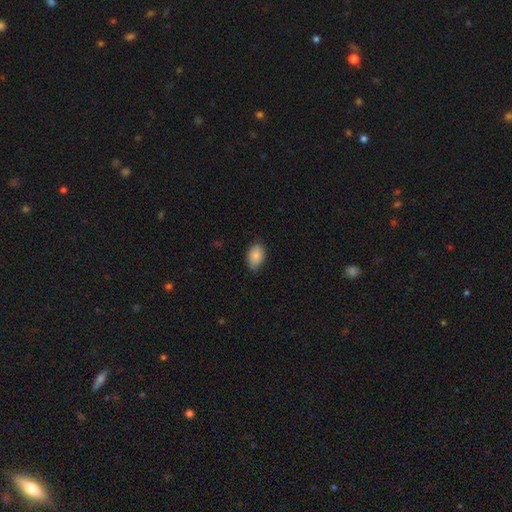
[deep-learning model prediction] A smooth galaxy with no disk features (86%) that is in between round and cigar-shaped (89%).

Vote fractions:
- Smooth or featured? smooth: 86% / featured or disk: 7% / star or artifact: 7%
- How rounded? in between: 89% / round: 10% / cigar-shaped: 1%
- Merging? none: 82% / minor disturbance: 15% / major disturbance: 2% / merger: 1%